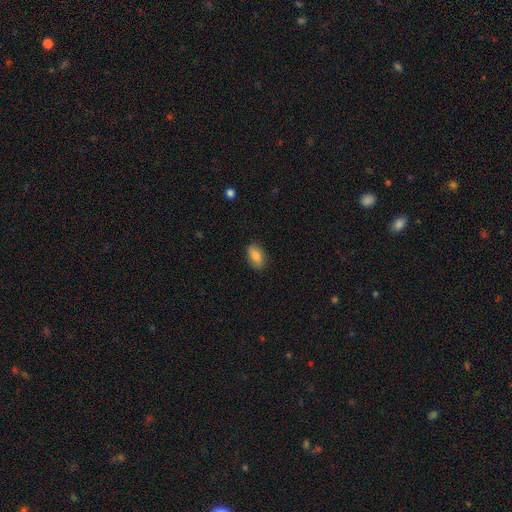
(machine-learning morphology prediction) This is clearly a smooth galaxy (80%). How rounded: clearly in between (90%). Merging: clearly none (86%).